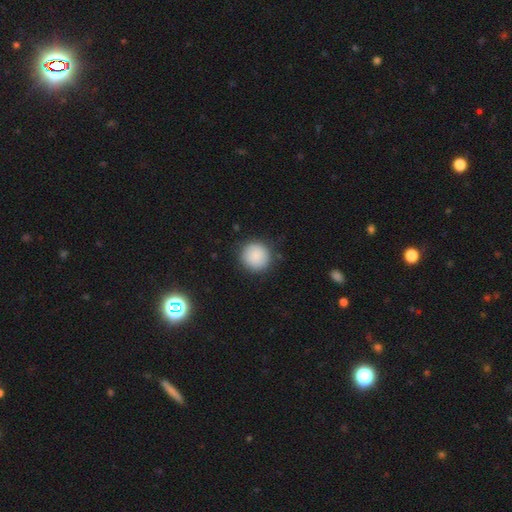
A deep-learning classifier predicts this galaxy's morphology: Q: Smooth or featured?
A: smooth (88%); runner-up: star or artifact (8%)
Q: How rounded?
A: round (92%); runner-up: in between (7%)
Q: Merging?
A: none (87%); runner-up: minor disturbance (9%)